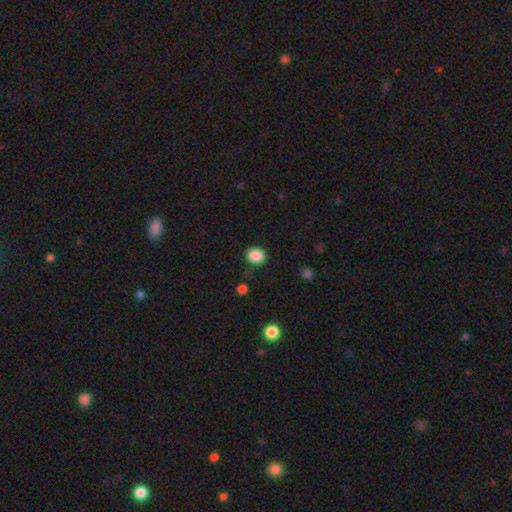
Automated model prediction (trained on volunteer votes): Smooth or featured? smooth (87%)
How rounded? round (62%)
Merging? none (86%)